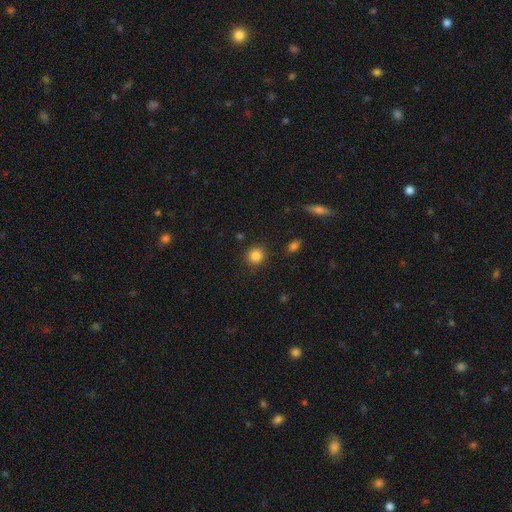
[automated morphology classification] Q: Smooth or featured?
A: smooth (85%); runner-up: star or artifact (11%)
Q: How rounded?
A: round (87%); runner-up: in between (12%)
Q: Merging?
A: none (88%); runner-up: minor disturbance (7%)